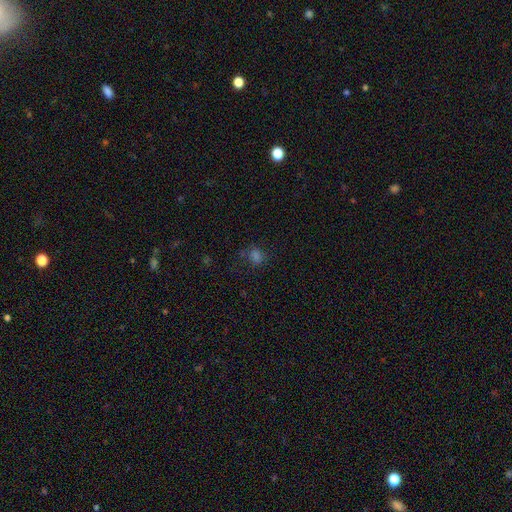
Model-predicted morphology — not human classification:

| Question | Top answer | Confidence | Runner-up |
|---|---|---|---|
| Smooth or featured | smooth | 63% | star or artifact (30%) |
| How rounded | round | 57% | in between (42%) |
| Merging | none | 69% | minor disturbance (17%) |